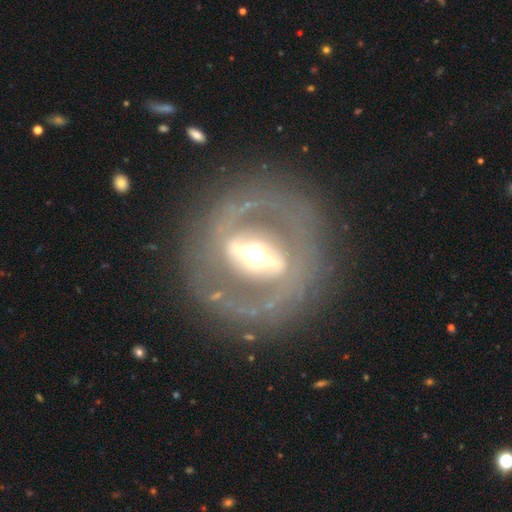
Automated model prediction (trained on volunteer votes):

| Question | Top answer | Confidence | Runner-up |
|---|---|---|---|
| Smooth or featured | featured or disk | 83% | smooth (10%) |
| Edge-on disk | no | 84% | yes (16%) |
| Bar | strong | 77% | weak (15%) |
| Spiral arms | yes | 57% | no (43%) |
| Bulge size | moderate | 51% | large (32%) |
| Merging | none | 78% | major disturbance (10%) |